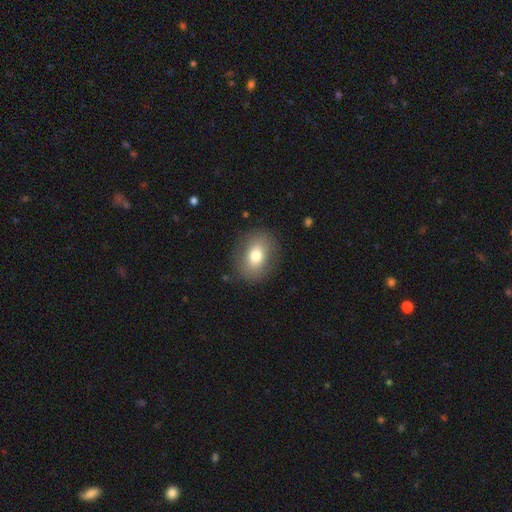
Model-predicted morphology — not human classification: Overall: smooth (74%). How rounded: in between (55%; round 43%). Merging: none (84%).